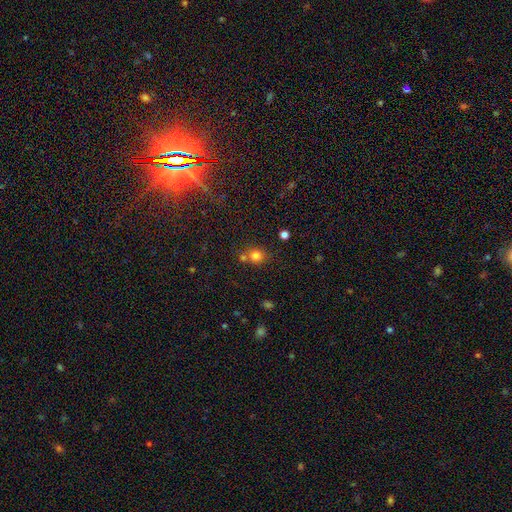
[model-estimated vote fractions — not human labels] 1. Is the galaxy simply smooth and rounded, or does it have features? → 79% smooth, 14% star or artifact, 6% featured or disk.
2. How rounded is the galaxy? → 83% round, 16% in between, 1% cigar-shaped.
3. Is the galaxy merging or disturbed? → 64% none, 23% merger, 10% minor disturbance, 3% major disturbance.